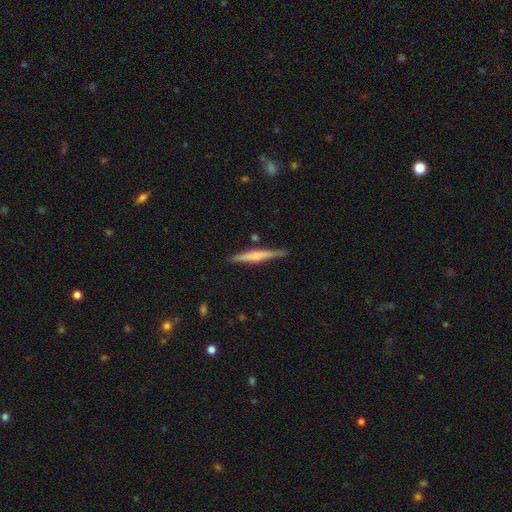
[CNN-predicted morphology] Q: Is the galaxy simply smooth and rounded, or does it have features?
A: featured or disk — 53%.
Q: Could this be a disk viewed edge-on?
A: yes — 97%.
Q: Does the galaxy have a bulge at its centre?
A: rounded — 46%.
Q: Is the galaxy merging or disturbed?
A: none — 86%.